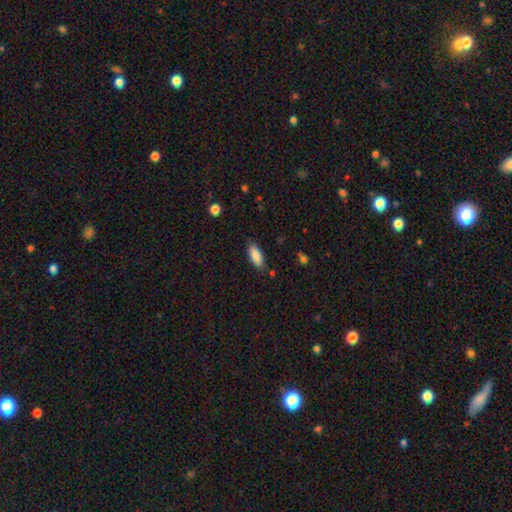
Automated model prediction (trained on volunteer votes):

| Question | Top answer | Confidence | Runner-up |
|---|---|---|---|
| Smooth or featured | smooth | 88% | star or artifact (7%) |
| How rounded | in between | 82% | cigar-shaped (17%) |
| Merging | none | 84% | minor disturbance (12%) |